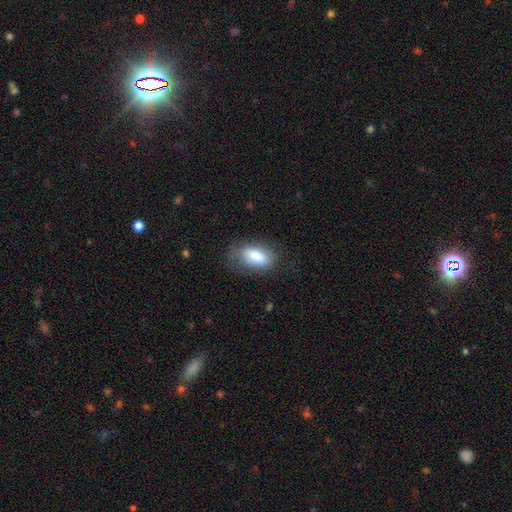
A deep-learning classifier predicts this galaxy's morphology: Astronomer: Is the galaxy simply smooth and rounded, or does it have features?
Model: smooth — 78%.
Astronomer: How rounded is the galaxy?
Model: in between — 89%.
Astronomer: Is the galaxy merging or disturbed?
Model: none — 71%.